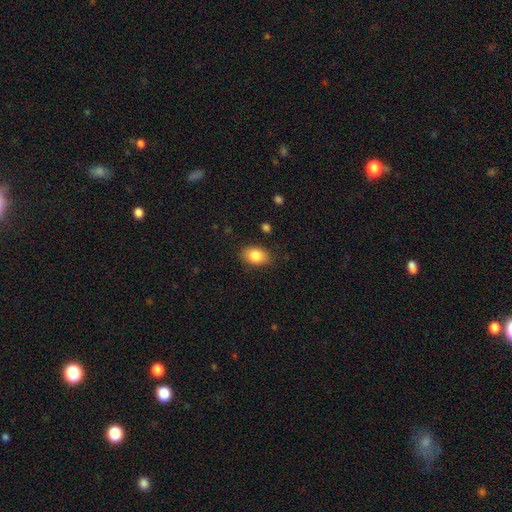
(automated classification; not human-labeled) Smooth or featured: smooth — 85% (star or artifact — 8%)
How rounded: in between — 83% (round — 16%)
Merging: none — 84% (minor disturbance — 12%)